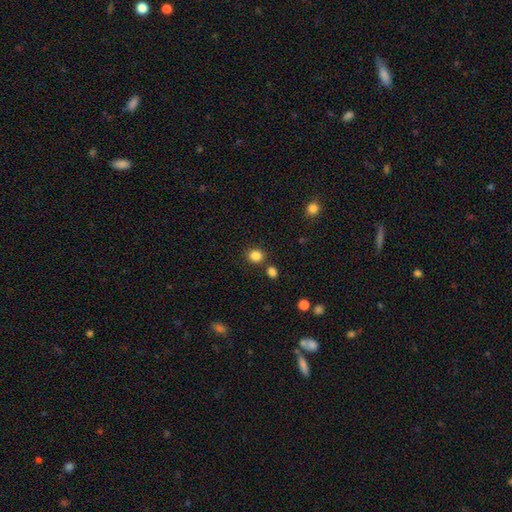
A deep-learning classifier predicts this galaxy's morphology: smooth 85%, star or artifact 11%, featured or disk 4%. Down the decision tree: how rounded — round (76%); merging — none (79%).